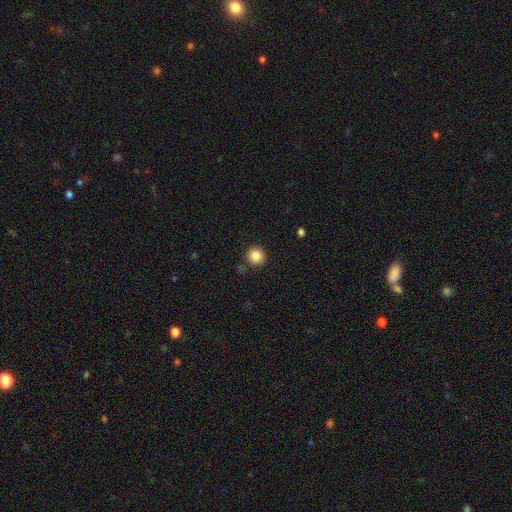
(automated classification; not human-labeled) A smooth galaxy with no disk features (86%) that is round (93%). Merging: none (87%).